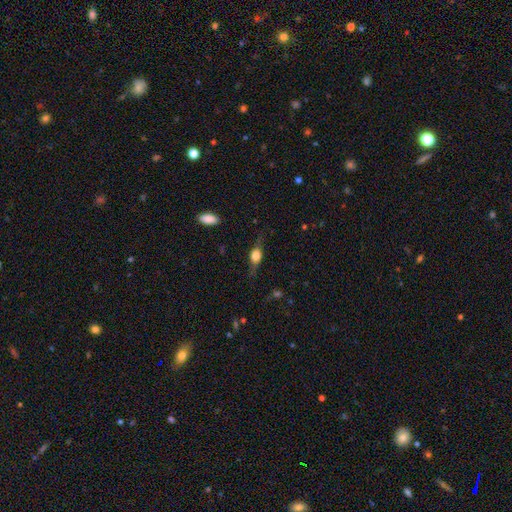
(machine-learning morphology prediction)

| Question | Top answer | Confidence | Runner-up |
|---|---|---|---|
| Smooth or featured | featured or disk | 47% | smooth (44%) |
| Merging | none | 70% | minor disturbance (20%) |